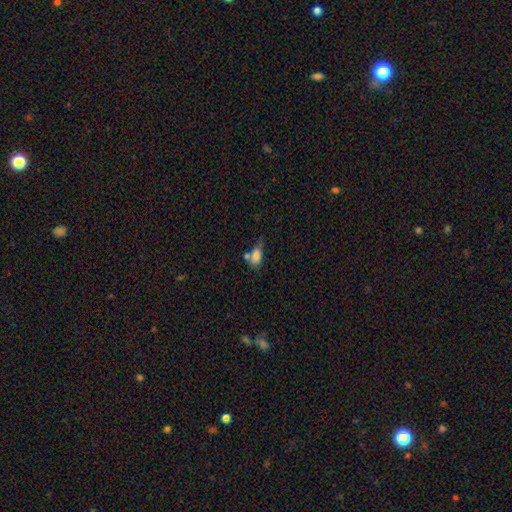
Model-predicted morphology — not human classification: Smooth or featured?
  - smooth: 78% *
  - featured or disk: 12%
  - star or artifact: 10%
How rounded?
  - in between: 83% *
  - cigar-shaped: 9%
  - round: 8%
Merging?
  - none: 33% *
  - merger: 30%
  - minor disturbance: 24%
  - major disturbance: 13%